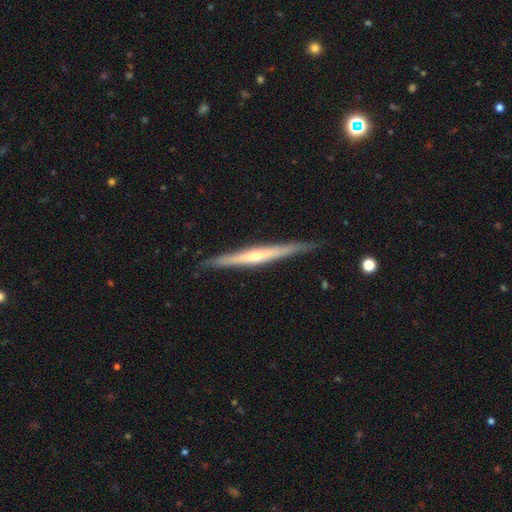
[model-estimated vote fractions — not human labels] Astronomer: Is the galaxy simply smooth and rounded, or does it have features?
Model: featured or disk — 72%.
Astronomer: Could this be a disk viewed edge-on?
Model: yes — 97%.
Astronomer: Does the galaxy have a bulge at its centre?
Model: rounded — 72%.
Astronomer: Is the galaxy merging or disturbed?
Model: none — 87%.